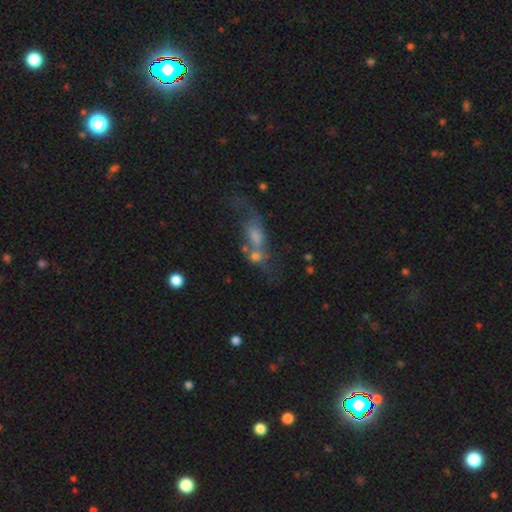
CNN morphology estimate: Smooth or featured? Predicted: featured or disk (p=0.40). Merging? Predicted: merger (p=0.41).